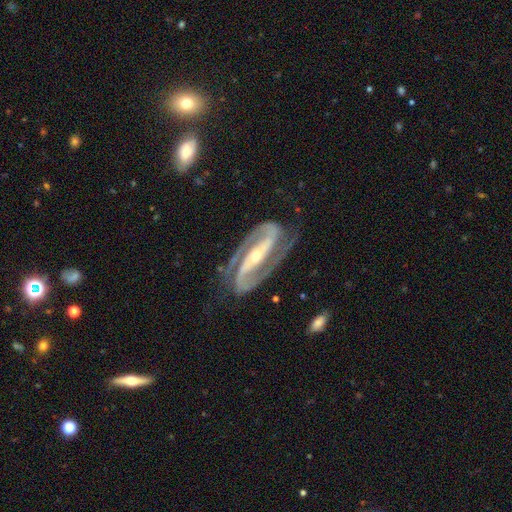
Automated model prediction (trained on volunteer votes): smooth_or_featured: featured or disk (p=0.94) [alt: star or artifact p=0.04]
disk_edge_on: no (p=0.96) [alt: yes p=0.04]
bar: strong (p=0.70) [alt: weak p=0.17]
has_spiral_arms: yes (p=0.98) [alt: no p=0.02]
spiral_winding: medium (p=0.52) [alt: tight p=0.37]
spiral_arm_count: 2 (p=0.94) [alt: can't tell p=0.02]
bulge_size: small (p=0.63) [alt: moderate p=0.33]
merging: none (p=0.78) [alt: minor disturbance p=0.14]